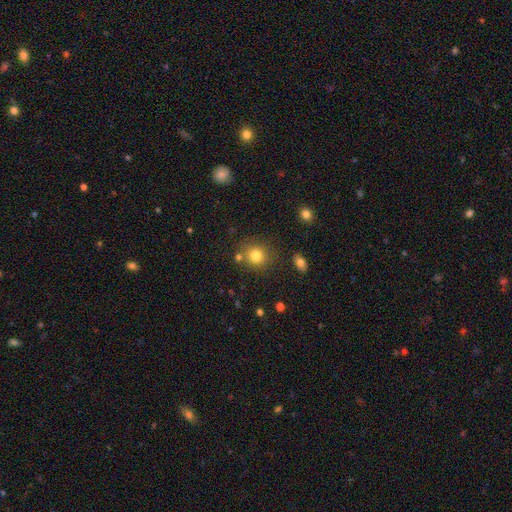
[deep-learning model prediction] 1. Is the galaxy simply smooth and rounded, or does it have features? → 80% smooth, 12% star or artifact, 8% featured or disk.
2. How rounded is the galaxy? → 85% round, 14% in between, 1% cigar-shaped.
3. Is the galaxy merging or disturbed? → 77% none, 10% minor disturbance, 9% merger, 4% major disturbance.